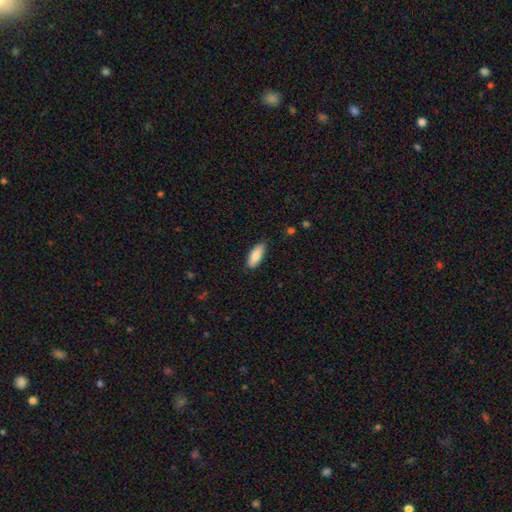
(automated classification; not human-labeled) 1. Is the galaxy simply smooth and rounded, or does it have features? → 84% smooth, 10% featured or disk, 6% star or artifact.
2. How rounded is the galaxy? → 79% in between, 19% cigar-shaped, 2% round.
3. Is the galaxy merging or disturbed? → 82% none, 14% minor disturbance, 2% major disturbance, 1% merger.